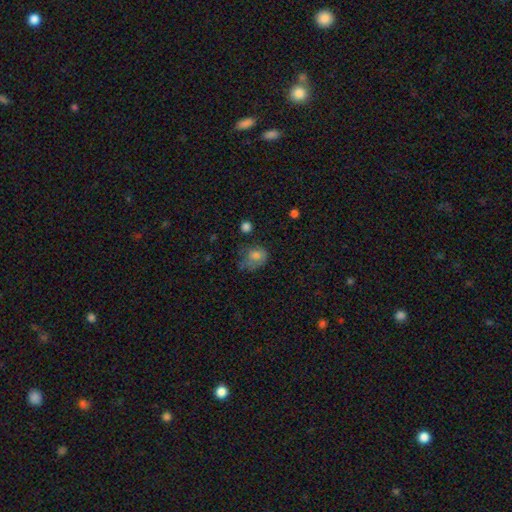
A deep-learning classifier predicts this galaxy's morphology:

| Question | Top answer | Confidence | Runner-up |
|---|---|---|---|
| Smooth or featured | smooth | 70% | featured or disk (16%) |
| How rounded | in between | 51% | round (48%) |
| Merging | none | 36% | minor disturbance (31%) |